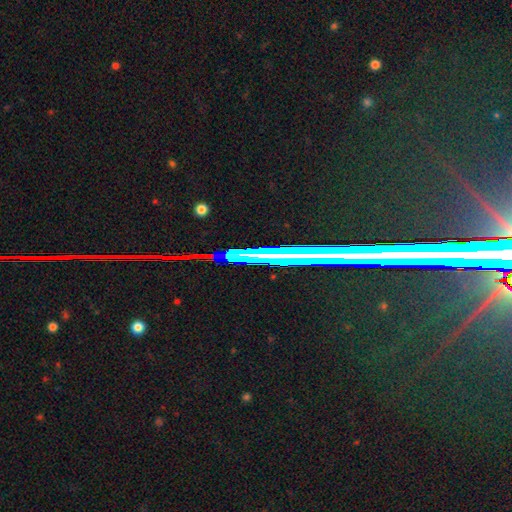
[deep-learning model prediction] A star or artifact, not a galaxy (58%).